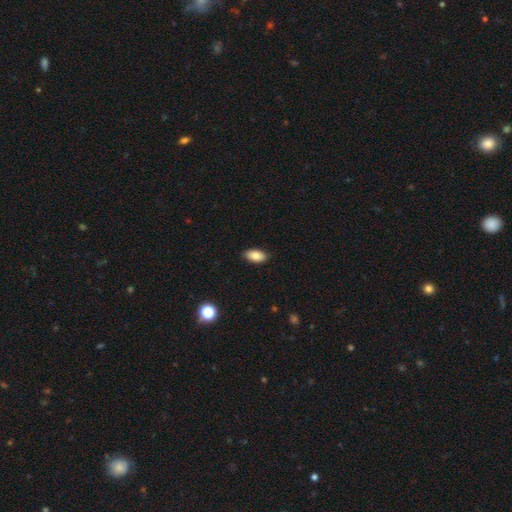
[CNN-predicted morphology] The model was most divided on "merging": none: 87%, minor disturbance: 10%, major disturbance: 2%, merger: 1%. More confident: how rounded — in between (93%); smooth or featured — smooth (85%).